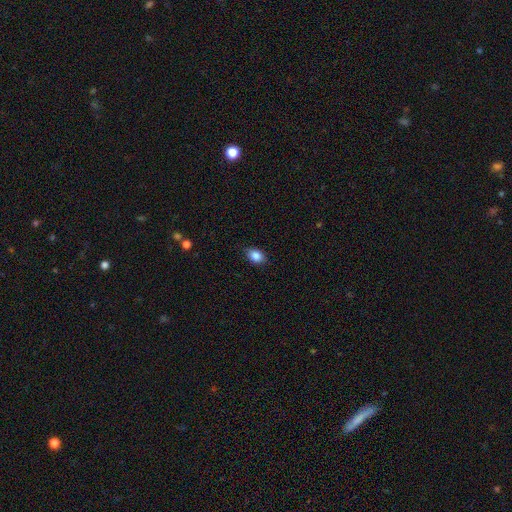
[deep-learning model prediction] Smooth or featured: smooth — 87% (star or artifact — 9%)
How rounded: in between — 74% (round — 25%)
Merging: none — 81% (minor disturbance — 15%)